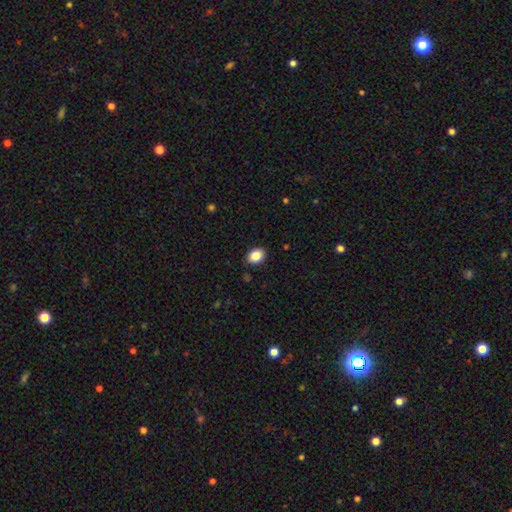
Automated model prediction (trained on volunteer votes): This appears to be a smooth galaxy with no disk features (86%) that is in between round and cigar-shaped (64%). Merging: none (89%).